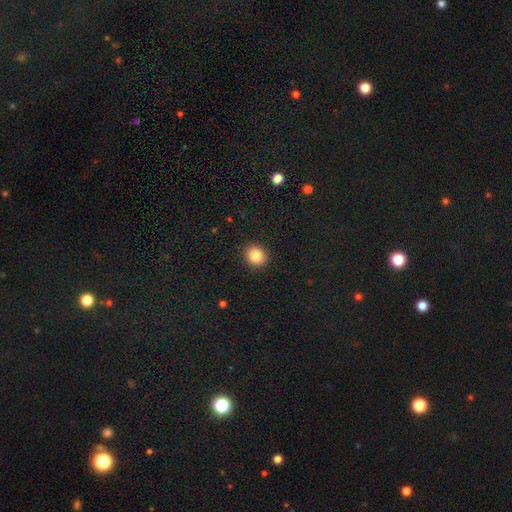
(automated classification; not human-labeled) A smooth galaxy with no disk features (84%) that is round (77%).

Vote fractions:
- Smooth or featured? smooth: 84% / star or artifact: 10% / featured or disk: 6%
- How rounded? round: 77% / in between: 22% / cigar-shaped: 1%
- Merging? none: 91% / minor disturbance: 6% / major disturbance: 2% / merger: 1%